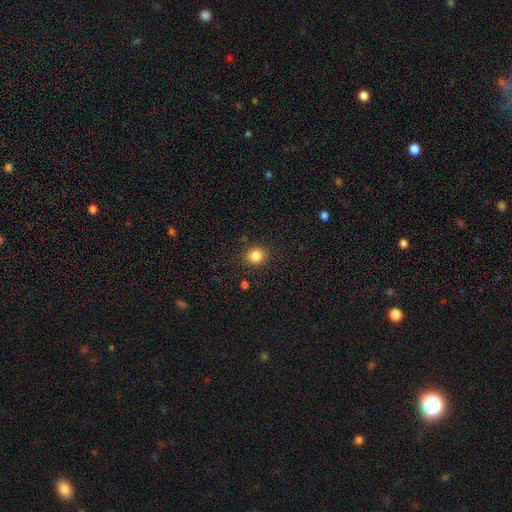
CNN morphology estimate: Overall: smooth (85%). How rounded: round (74%). Merging: none (87%).